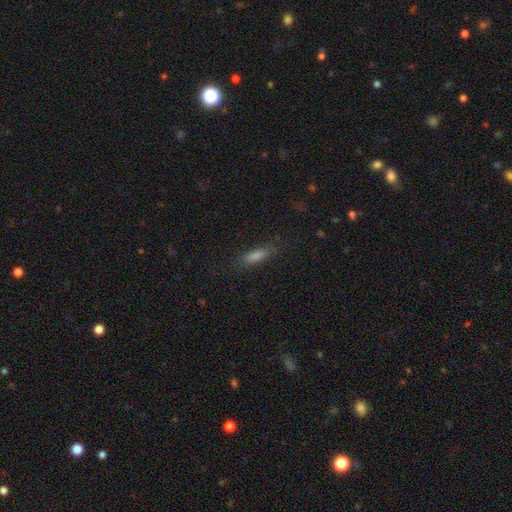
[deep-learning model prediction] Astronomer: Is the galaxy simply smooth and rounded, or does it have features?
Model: smooth — 71%.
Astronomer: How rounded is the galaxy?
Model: cigar-shaped — 65%.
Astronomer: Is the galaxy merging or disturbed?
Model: none — 82%.